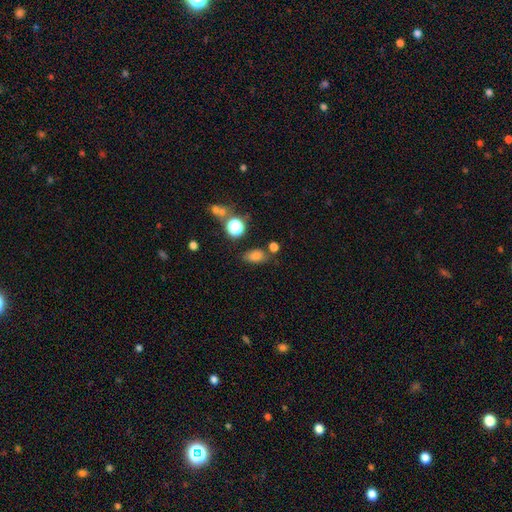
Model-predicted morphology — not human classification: A smooth galaxy with no disk features (76%) that is in between round and cigar-shaped (82%). Merging: none (69%).